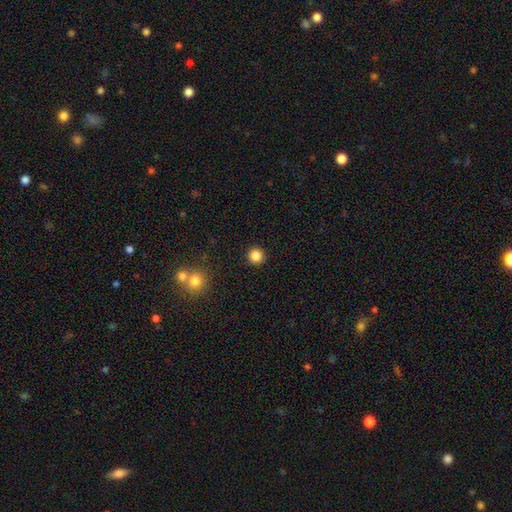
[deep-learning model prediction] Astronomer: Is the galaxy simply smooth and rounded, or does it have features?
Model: smooth — 85%.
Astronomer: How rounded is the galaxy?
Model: round — 95%.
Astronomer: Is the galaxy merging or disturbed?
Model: none — 92%.